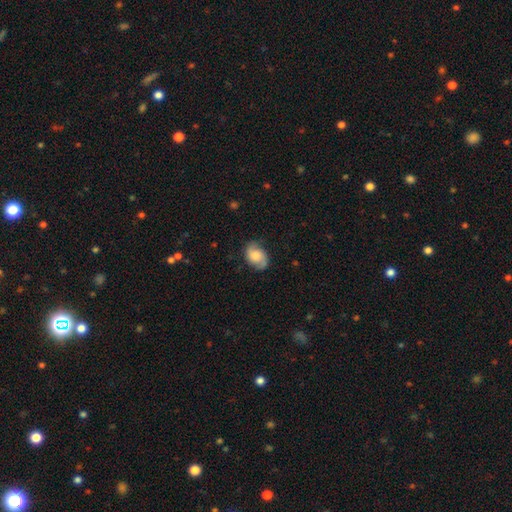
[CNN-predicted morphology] A smooth galaxy with no disk features (47%).

Vote fractions:
- Smooth or featured? smooth: 47% / featured or disk: 45% / star or artifact: 8%
- Merging? none: 71% / minor disturbance: 21% / major disturbance: 6% / merger: 1%